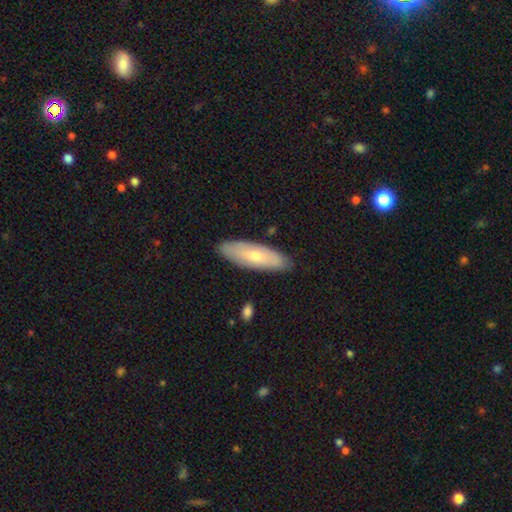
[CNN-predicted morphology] smooth_or_featured: smooth (p=0.60) [alt: featured or disk p=0.35]
how_rounded: in between (p=0.58) [alt: cigar-shaped p=0.40]
merging: none (p=0.85) [alt: minor disturbance p=0.11]